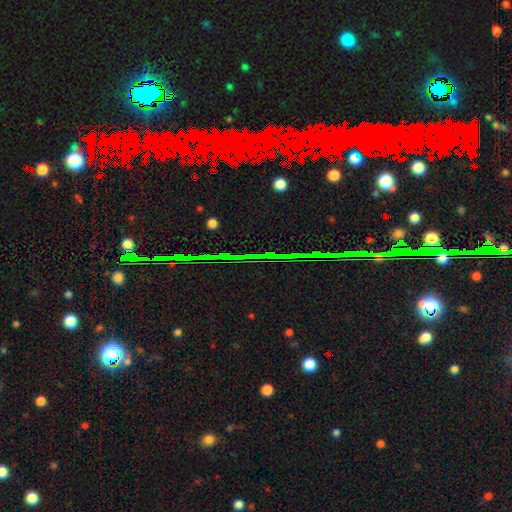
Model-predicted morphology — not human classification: Smooth or featured: star or artifact — 78% (featured or disk — 12%)